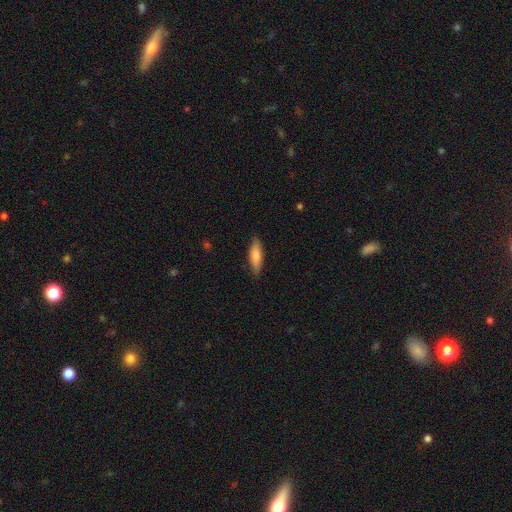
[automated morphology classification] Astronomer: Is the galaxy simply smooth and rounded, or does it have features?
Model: smooth — 78%.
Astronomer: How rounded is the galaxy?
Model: cigar-shaped — 55% (runner-up: in between, 43%).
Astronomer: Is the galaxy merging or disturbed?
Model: none — 86%.